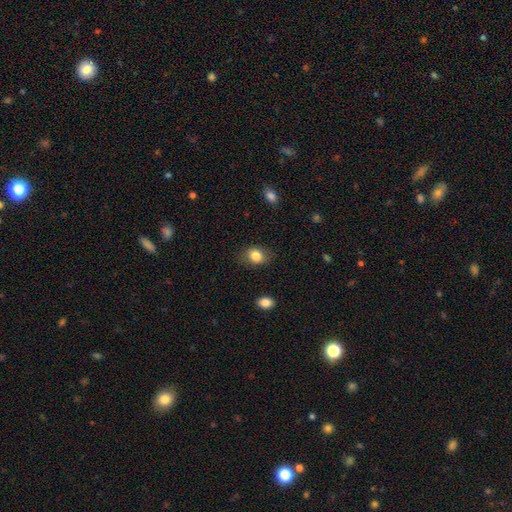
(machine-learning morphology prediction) type=smooth (84%); roundness=in between (59%); merging=none (78%).